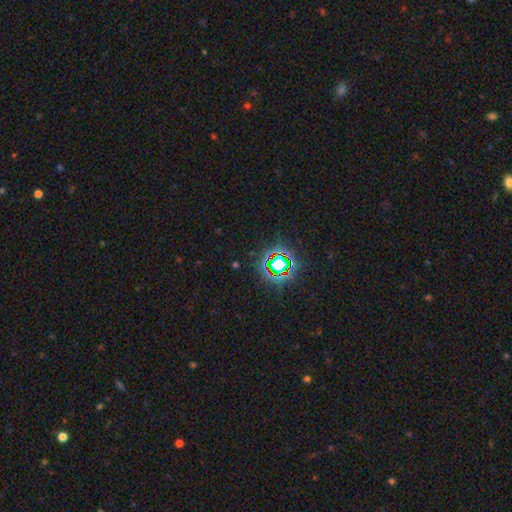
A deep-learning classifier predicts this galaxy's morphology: type=star or artifact (80%).